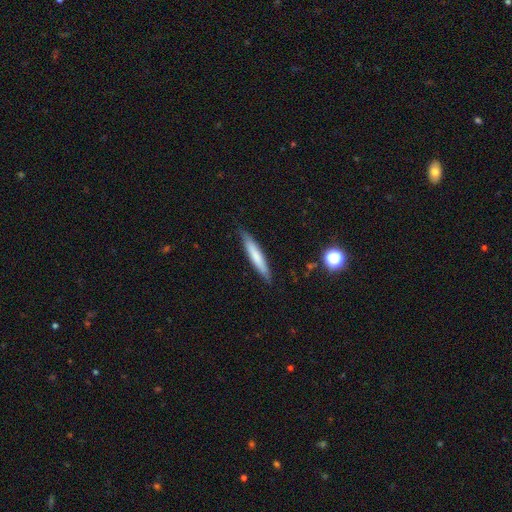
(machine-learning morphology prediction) smooth_or_featured: smooth (p=0.66) [alt: featured or disk p=0.27]
how_rounded: cigar-shaped (p=0.93) [alt: in between p=0.06]
merging: none (p=0.85) [alt: minor disturbance p=0.11]